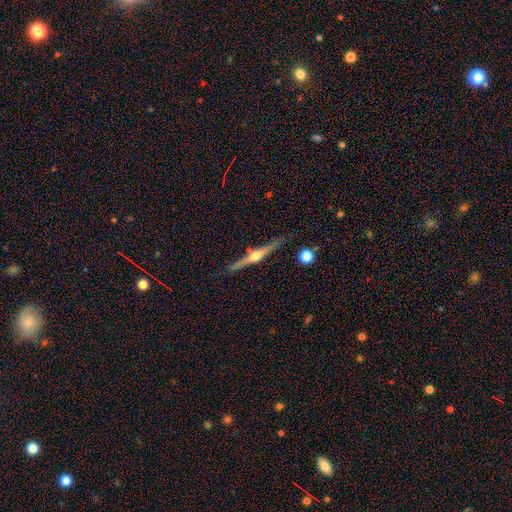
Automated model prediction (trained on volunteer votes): Smooth or featured: featured or disk — 79% (smooth — 15%)
Edge-on disk: yes — 98% (no — 2%)
Edge-on bulge: rounded — 93% (boxy — 4%)
Merging: none — 84% (minor disturbance — 11%)